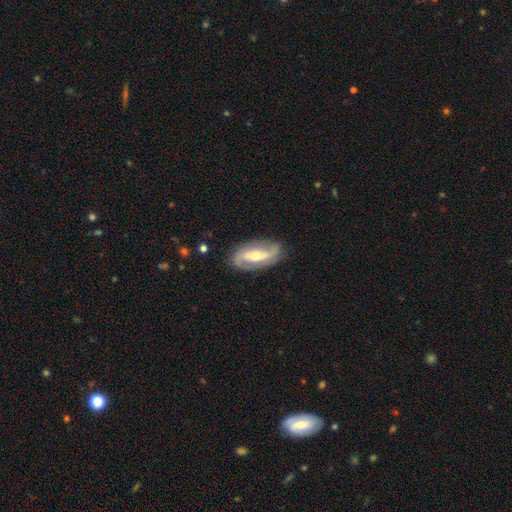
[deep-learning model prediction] Overall: featured or disk (83%). Edge-on disk: no (93%). Bar: strong (44%; weak 33%). Spiral arms: yes (91%). Spiral arm count: 2 (89%). Spiral winding: medium (38%, tied with loose). Bulge size: moderate (61%; small 34%). Merging: none (83%).